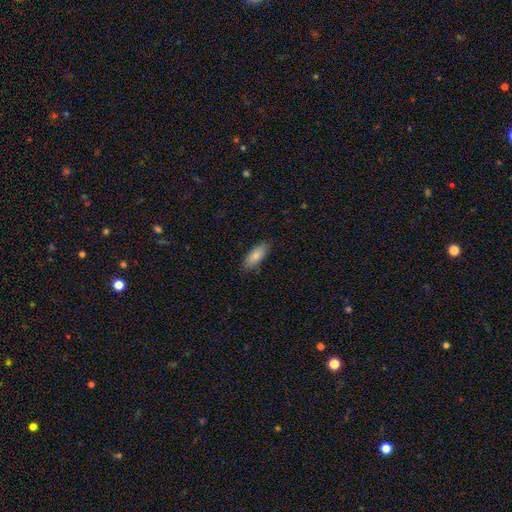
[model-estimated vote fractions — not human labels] A smooth galaxy with no disk features (85%) that is in between round and cigar-shaped (80%). Merging: none (85%).